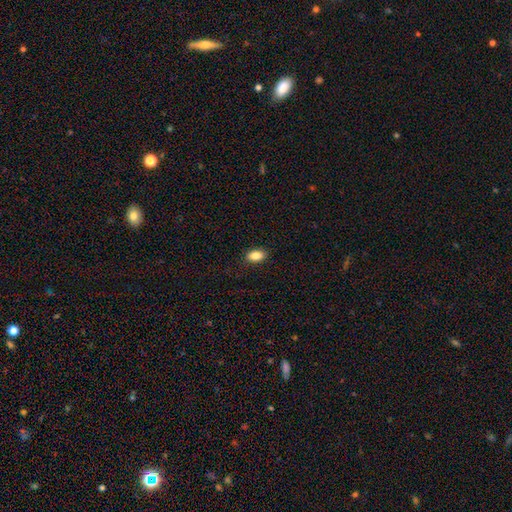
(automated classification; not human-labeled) Q: Smooth or featured?
A: smooth (86%); runner-up: star or artifact (8%)
Q: How rounded?
A: in between (89%); runner-up: round (7%)
Q: Merging?
A: none (88%); runner-up: minor disturbance (9%)